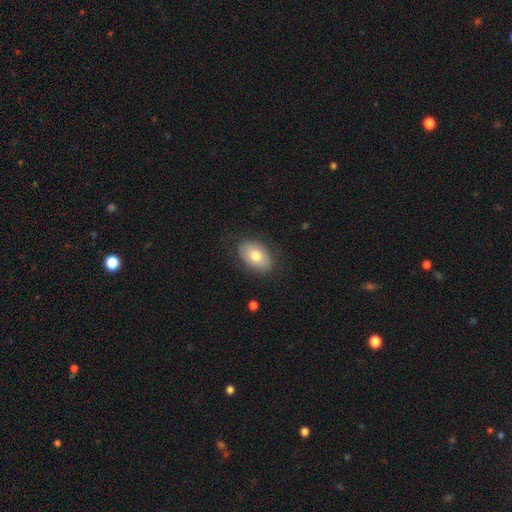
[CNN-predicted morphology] This is likely a smooth galaxy (76%). How rounded: clearly in between (88%). Merging: clearly none (81%).